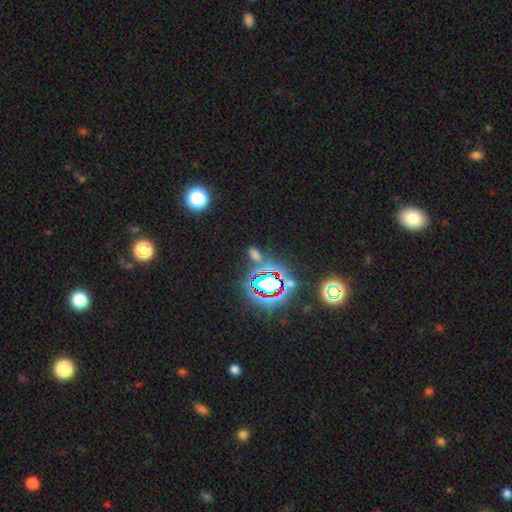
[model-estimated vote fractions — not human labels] Smooth or featured? Predicted: star or artifact (p=0.48).